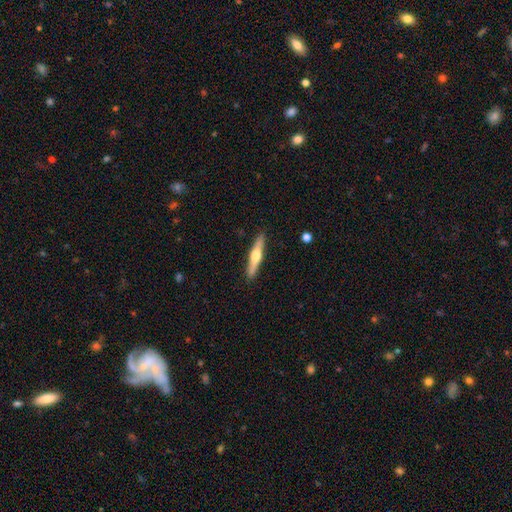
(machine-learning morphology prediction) featured or disk 58%, smooth 37%, star or artifact 5%. Down the decision tree: edge-on disk — yes (96%); edge-on bulge — rounded (92%); merging — none (90%).